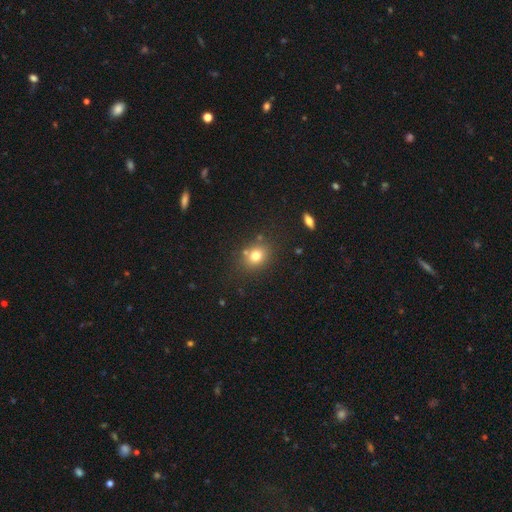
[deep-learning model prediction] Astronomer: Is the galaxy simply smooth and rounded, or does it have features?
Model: smooth — 77%.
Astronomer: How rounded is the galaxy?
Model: round — 58% (runner-up: in between, 41%).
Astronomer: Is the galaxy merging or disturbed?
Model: none — 76%.